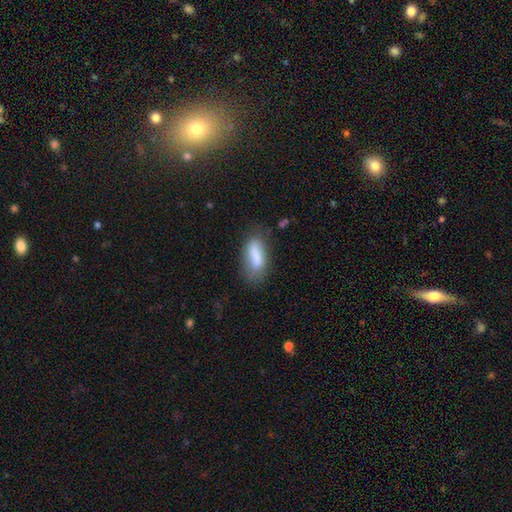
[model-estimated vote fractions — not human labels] The model was most divided on "merging": none: 62%, minor disturbance: 25%, major disturbance: 10%, merger: 3%. More confident: smooth or featured — smooth (76%); how rounded — in between (74%).